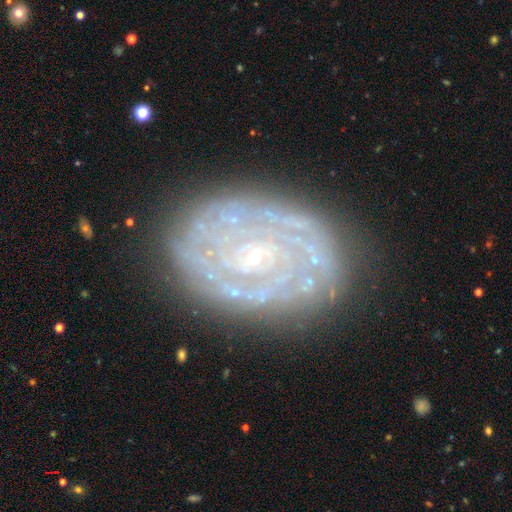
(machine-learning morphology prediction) This appears to be a featured or disk galaxy (83%) with no bar (67%), tight (75%) spiral arms (89%) and a small central bulge (84%). Merging: none (78%).